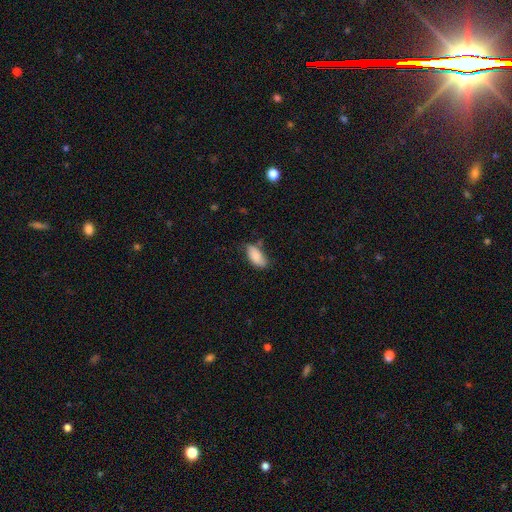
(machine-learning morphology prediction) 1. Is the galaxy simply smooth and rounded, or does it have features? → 82% smooth, 11% featured or disk, 7% star or artifact.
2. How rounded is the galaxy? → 92% in between, 6% cigar-shaped, 2% round.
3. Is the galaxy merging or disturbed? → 58% none, 31% minor disturbance, 7% major disturbance, 4% merger.